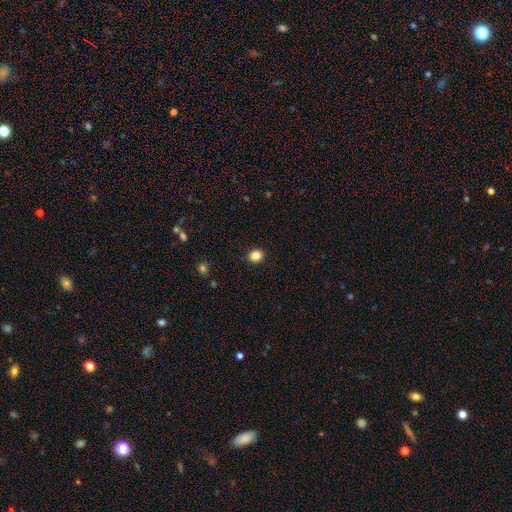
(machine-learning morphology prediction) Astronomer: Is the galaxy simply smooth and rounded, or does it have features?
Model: smooth — 84%.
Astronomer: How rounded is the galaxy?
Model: round — 83%.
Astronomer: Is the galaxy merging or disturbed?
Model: none — 91%.